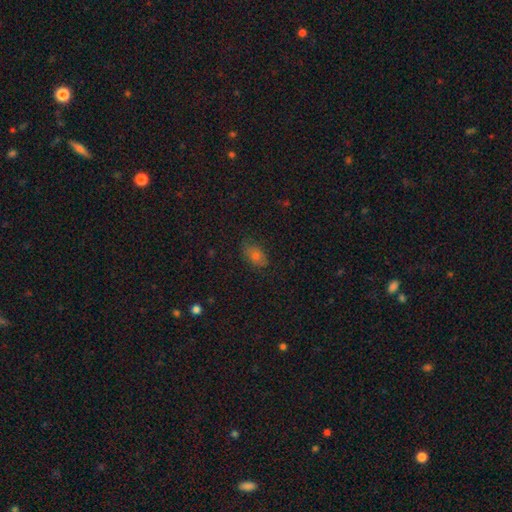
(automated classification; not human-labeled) smooth-or-featured: smooth: 65% | featured or disk: 18% | star or artifact: 17%
  how-rounded: in between: 82% | round: 16% | cigar-shaped: 2%
  merging: none: 76% | minor disturbance: 19% | major disturbance: 4% | merger: 1%